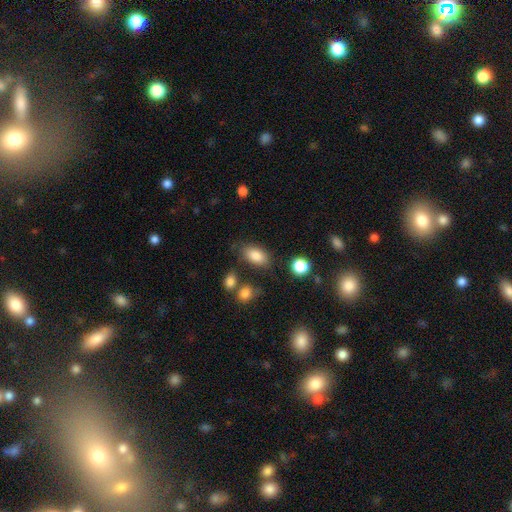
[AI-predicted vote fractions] This is clearly a smooth galaxy (84%). How rounded: clearly in between (91%). Merging: likely none (75%).